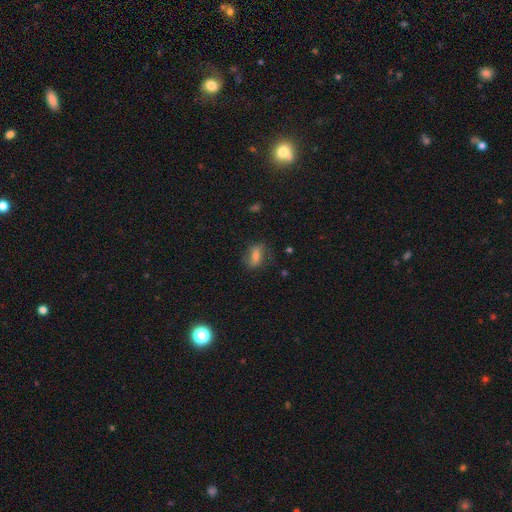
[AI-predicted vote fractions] This is possibly a smooth galaxy (47%). Merging: likely none (70%).